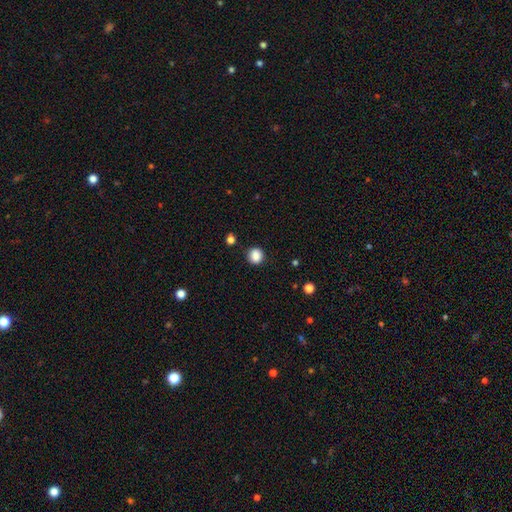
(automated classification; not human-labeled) smooth 87%, star or artifact 10%, featured or disk 3%. Down the decision tree: how rounded — round (84%); merging — none (88%).